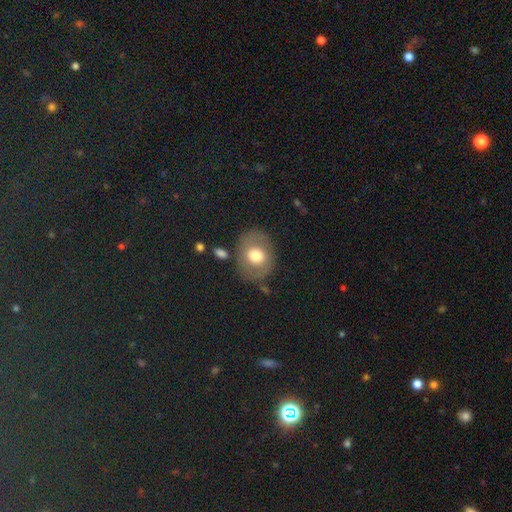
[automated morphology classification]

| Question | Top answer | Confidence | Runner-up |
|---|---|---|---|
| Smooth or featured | smooth | 66% | featured or disk (26%) |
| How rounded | round | 51% | in between (48%) |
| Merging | none | 76% | minor disturbance (14%) |